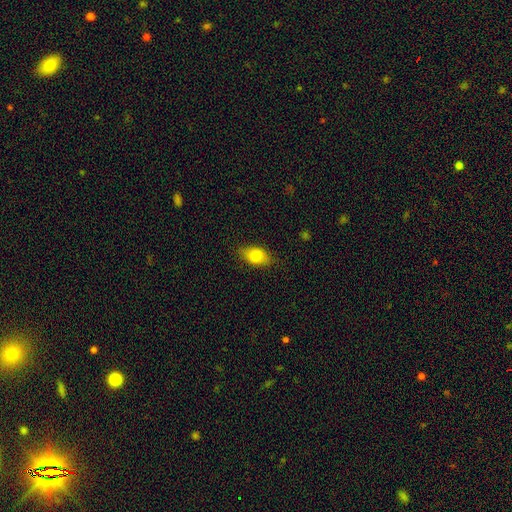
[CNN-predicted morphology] This appears to be a smooth galaxy with no disk features (81%) that is in between round and cigar-shaped (86%). Merging: none (81%).